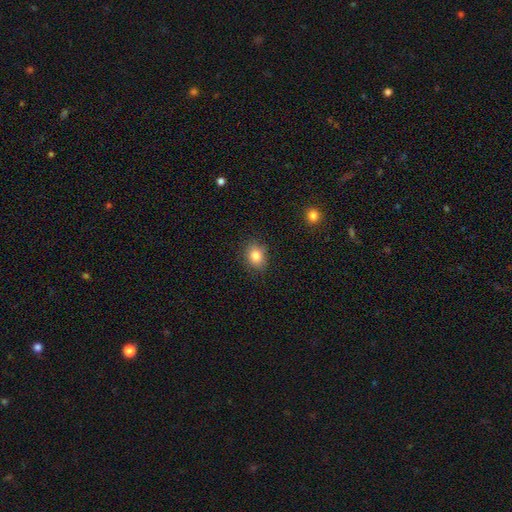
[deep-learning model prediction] smooth 83%, star or artifact 10%, featured or disk 7%. Down the decision tree: how rounded — round (52%); merging — none (84%).